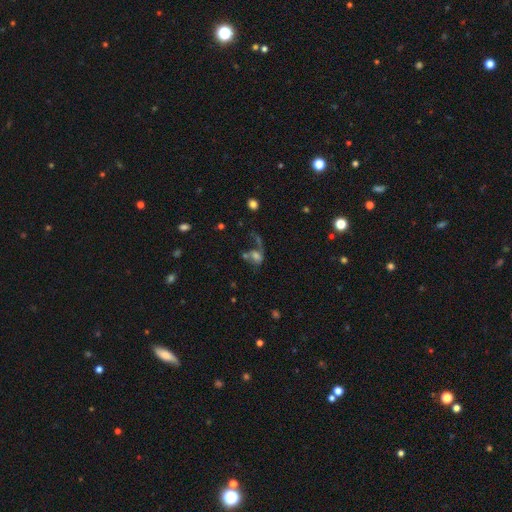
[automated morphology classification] smooth-or-featured: smooth: 48% | featured or disk: 35% | star or artifact: 18%
  merging: major disturbance: 32% | merger: 31% | none: 24% | minor disturbance: 13%